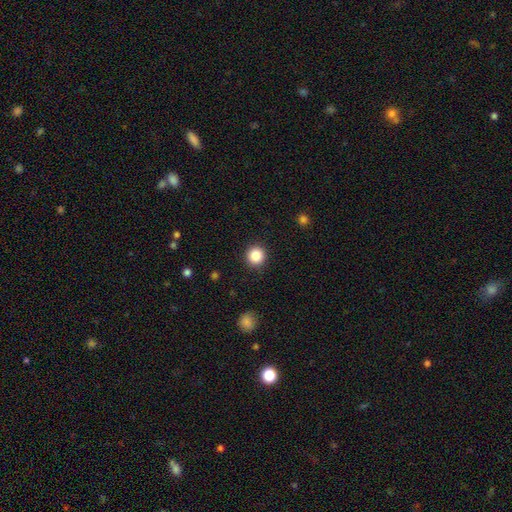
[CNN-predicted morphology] Smooth or featured: smooth — 86% (star or artifact — 10%)
How rounded: round — 95% (in between — 4%)
Merging: none — 92% (minor disturbance — 5%)